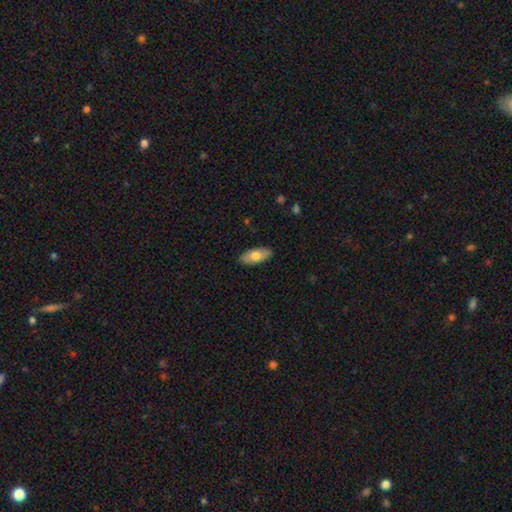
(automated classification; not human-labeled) Smooth or featured?
  - smooth: 72% *
  - featured or disk: 22%
  - star or artifact: 6%
How rounded?
  - in between: 89% *
  - cigar-shaped: 9%
  - round: 2%
Merging?
  - none: 88% *
  - minor disturbance: 9%
  - major disturbance: 2%
  - merger: 1%